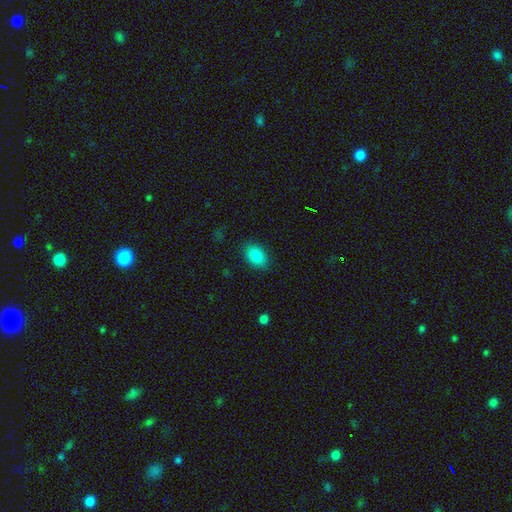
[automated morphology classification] A smooth galaxy with no disk features (87%) that is in between round and cigar-shaped (86%).

Vote fractions:
- Smooth or featured? smooth: 87% / star or artifact: 8% / featured or disk: 5%
- How rounded? in between: 86% / round: 12% / cigar-shaped: 1%
- Merging? none: 86% / minor disturbance: 10% / major disturbance: 3% / merger: 1%